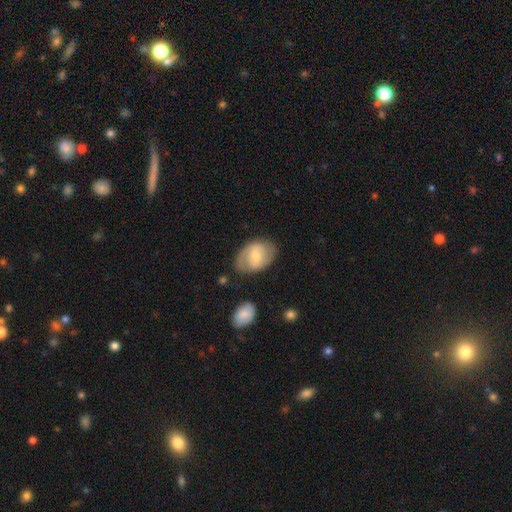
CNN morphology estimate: Overall: smooth (51%; featured or disk 43%). How rounded: in between (82%). Merging: none (73%).